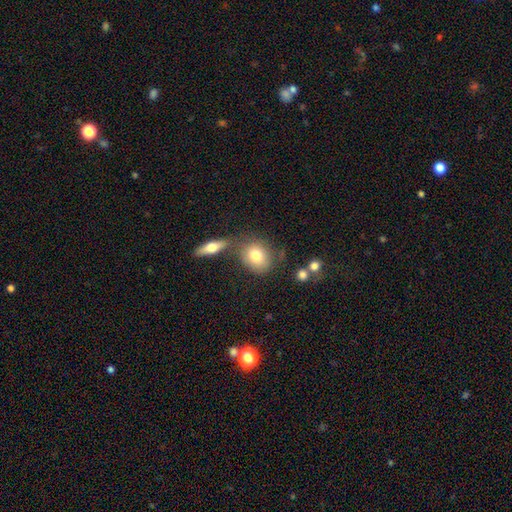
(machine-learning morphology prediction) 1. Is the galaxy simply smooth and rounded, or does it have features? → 77% smooth, 15% featured or disk, 8% star or artifact.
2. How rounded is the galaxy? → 58% round, 40% in between, 2% cigar-shaped.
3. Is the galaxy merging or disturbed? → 64% none, 18% merger, 14% minor disturbance, 4% major disturbance.